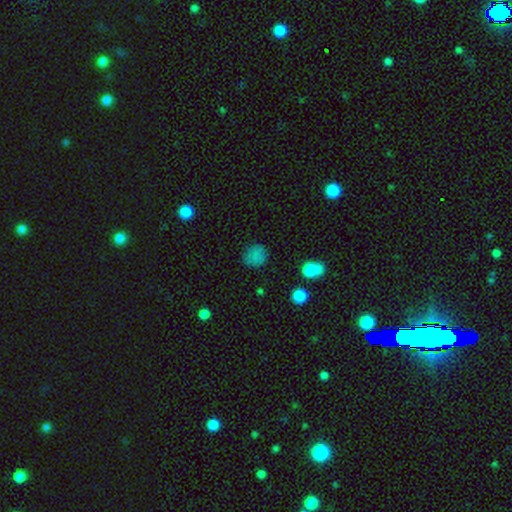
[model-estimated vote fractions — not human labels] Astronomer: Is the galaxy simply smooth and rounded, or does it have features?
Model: smooth — 80%.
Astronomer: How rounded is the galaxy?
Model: round — 84%.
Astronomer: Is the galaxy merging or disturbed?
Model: none — 80%.